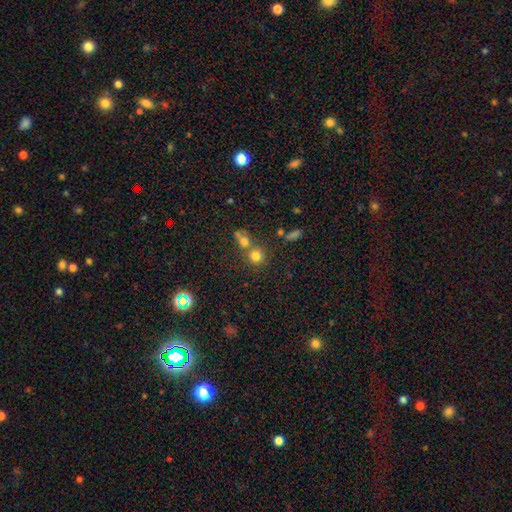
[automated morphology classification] Smooth or featured? Predicted: smooth (p=0.76). How rounded? Predicted: round (p=0.88). Merging? Predicted: none (p=0.57).